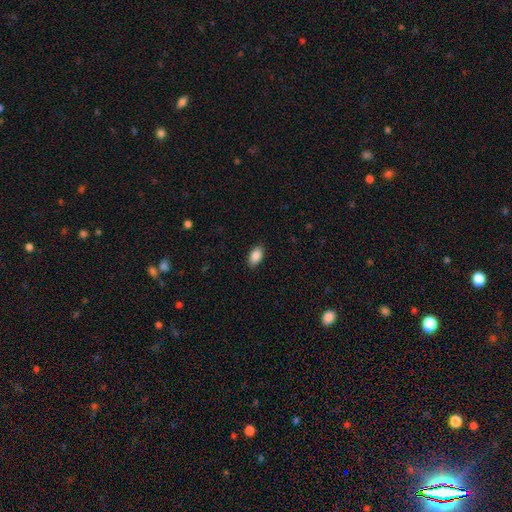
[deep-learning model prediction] Smooth or featured? Predicted: smooth (p=0.88). How rounded? Predicted: in between (p=0.93). Merging? Predicted: none (p=0.88).